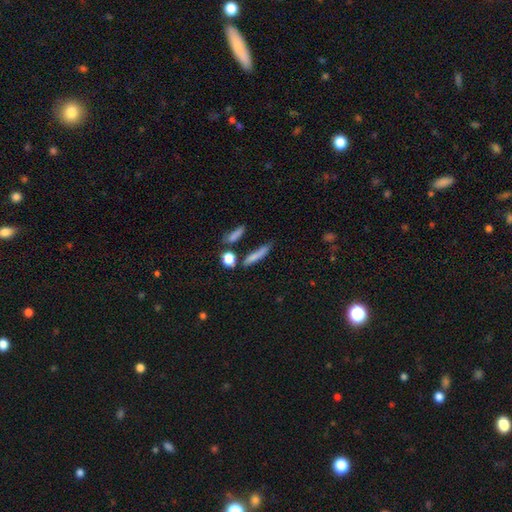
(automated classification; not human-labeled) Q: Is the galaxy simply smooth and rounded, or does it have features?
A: smooth — 75%.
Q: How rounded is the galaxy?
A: cigar-shaped — 77%.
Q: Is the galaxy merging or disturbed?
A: none — 69%.